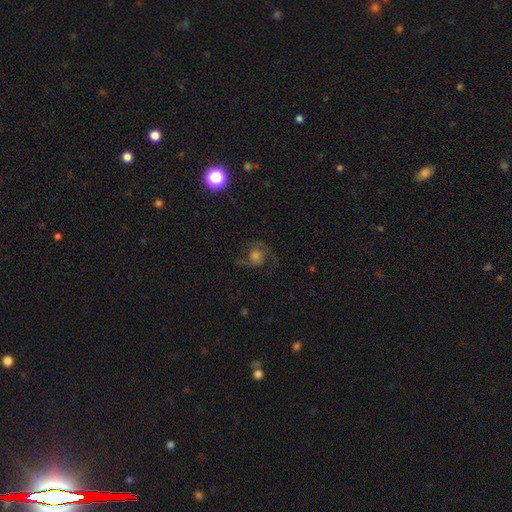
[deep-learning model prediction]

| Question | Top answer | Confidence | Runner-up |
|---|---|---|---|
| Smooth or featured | featured or disk | 51% | smooth (32%) |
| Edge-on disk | no | 97% | yes (3%) |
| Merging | none | 62% | major disturbance (19%) |